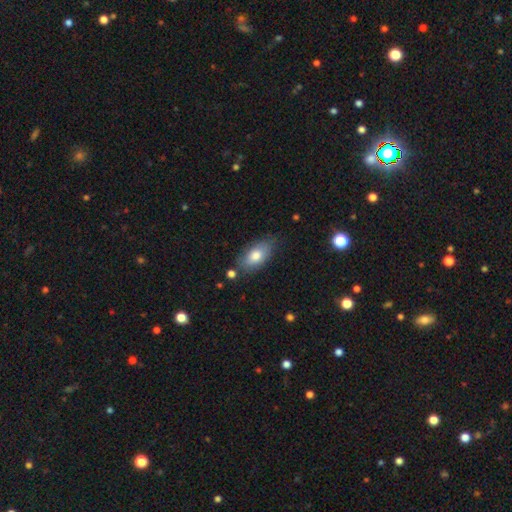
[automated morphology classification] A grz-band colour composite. It shows a smooth galaxy with no disk features (76%) that is in between round and cigar-shaped (89%). Merging: none (71%).